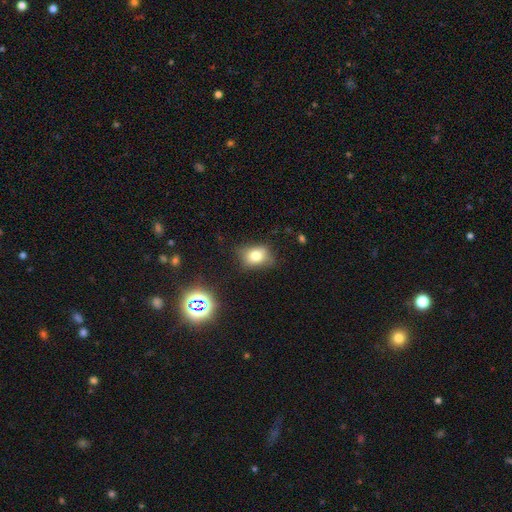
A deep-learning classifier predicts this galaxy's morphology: A smooth galaxy with no disk features (75%) that is in between round and cigar-shaped (63%). Merging: none (65%).